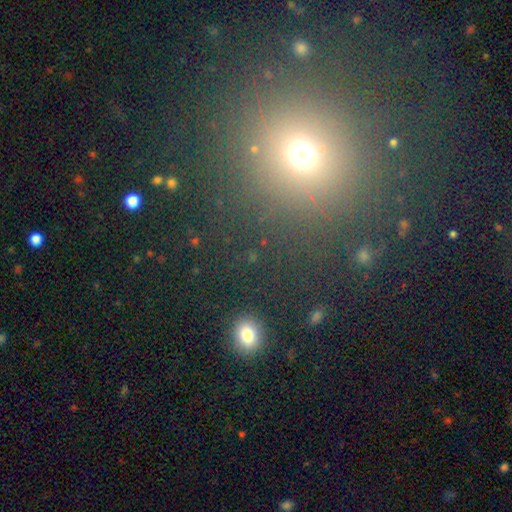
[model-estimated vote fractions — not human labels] Smooth or featured? Predicted: smooth (p=0.56). How rounded? Predicted: round (p=0.84). Merging? Predicted: none (p=0.88).